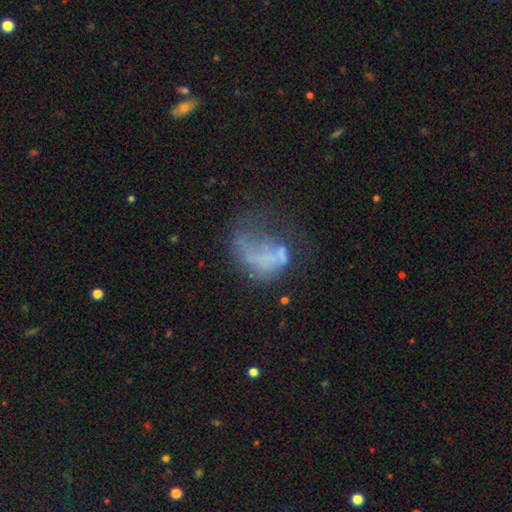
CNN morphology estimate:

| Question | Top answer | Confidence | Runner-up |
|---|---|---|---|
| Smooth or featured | featured or disk | 49% | smooth (35%) |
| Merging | major disturbance | 48% | none (26%) |